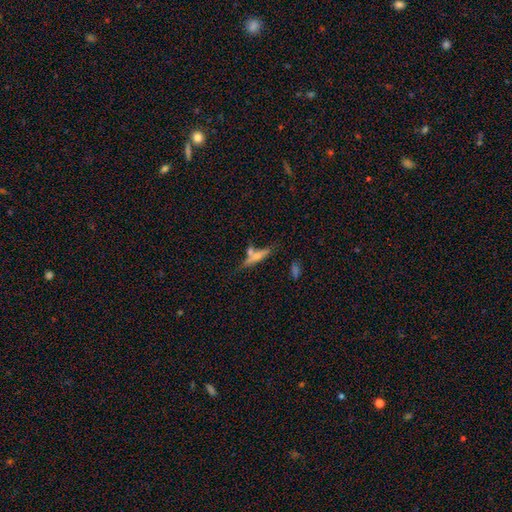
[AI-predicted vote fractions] smooth 50%, featured or disk 41%, star or artifact 9%. Down the decision tree: how rounded — cigar-shaped (77%); merging — none (51%).